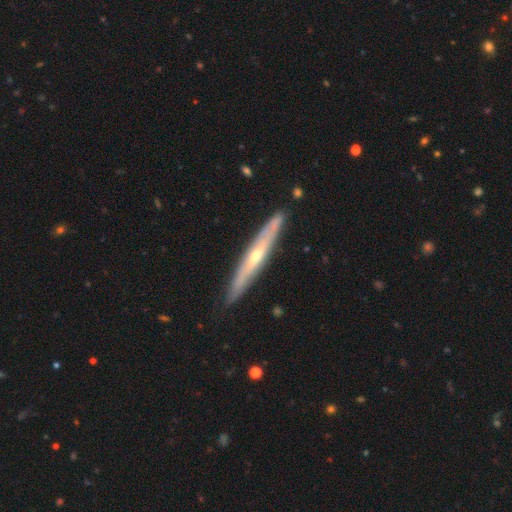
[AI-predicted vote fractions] Smooth or featured?
  - featured or disk: 69% *
  - smooth: 25%
  - star or artifact: 6%
Edge-on disk?
  - yes: 90% *
  - no: 10%
Edge-on bulge?
  - rounded: 77% *
  - none: 21%
  - boxy: 2%
Merging?
  - none: 88% *
  - minor disturbance: 9%
  - major disturbance: 2%
  - merger: 1%